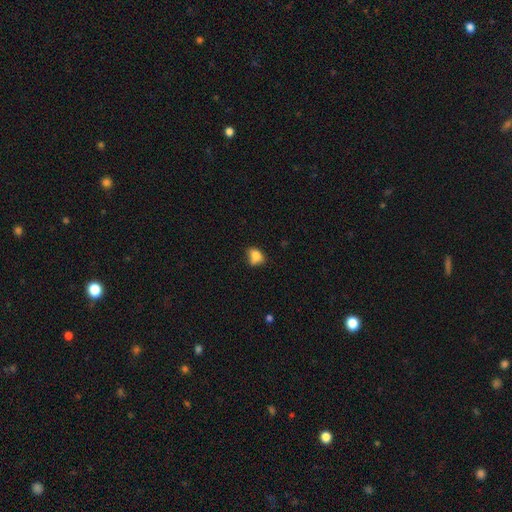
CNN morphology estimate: Q: Smooth or featured?
A: smooth (80%); runner-up: star or artifact (10%)
Q: How rounded?
A: in between (59%); runner-up: round (40%)
Q: Merging?
A: none (49%); runner-up: minor disturbance (32%)